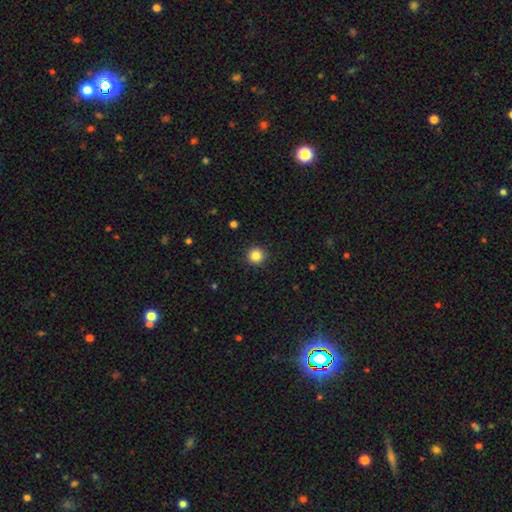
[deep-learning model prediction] Overall: smooth (85%). How rounded: round (95%). Merging: none (92%).